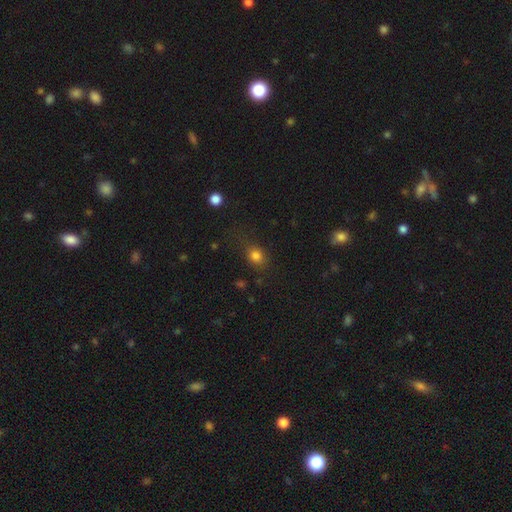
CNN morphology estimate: Q: Smooth or featured?
A: smooth (80%); runner-up: star or artifact (13%)
Q: How rounded?
A: round (54%); runner-up: in between (44%)
Q: Merging?
A: none (71%); runner-up: minor disturbance (19%)